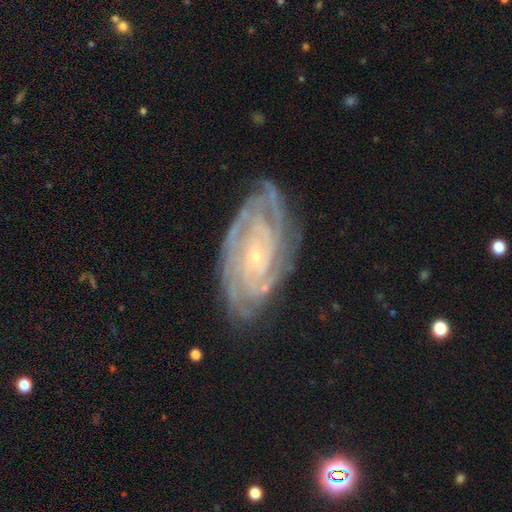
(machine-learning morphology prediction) smooth_or_featured: featured or disk (p=0.87) [alt: smooth p=0.07]
disk_edge_on: no (p=0.95) [alt: yes p=0.05]
bar: no (p=0.69) [alt: weak p=0.23]
has_spiral_arms: yes (p=0.97) [alt: no p=0.03]
spiral_winding: tight (p=0.79) [alt: medium p=0.18]
spiral_arm_count: can't tell (p=0.27) [alt: 4 p=0.20]
bulge_size: small (p=0.83) [alt: moderate p=0.13]
merging: none (p=0.77) [alt: minor disturbance p=0.17]